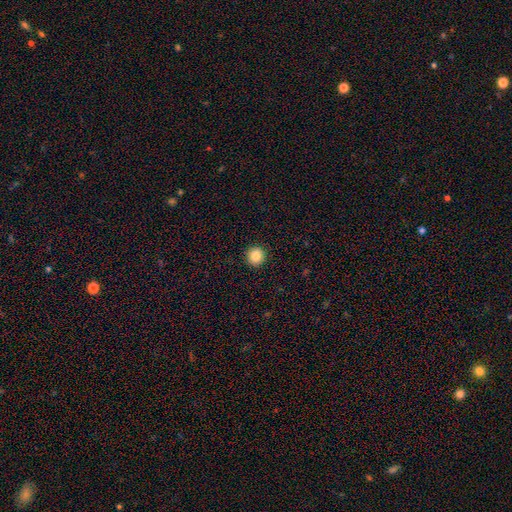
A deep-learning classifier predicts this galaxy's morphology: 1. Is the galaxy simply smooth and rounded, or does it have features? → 87% smooth, 9% star or artifact, 4% featured or disk.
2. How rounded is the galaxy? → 90% round, 9% in between, 1% cigar-shaped.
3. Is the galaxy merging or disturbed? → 93% none, 5% minor disturbance, 2% major disturbance, 1% merger.